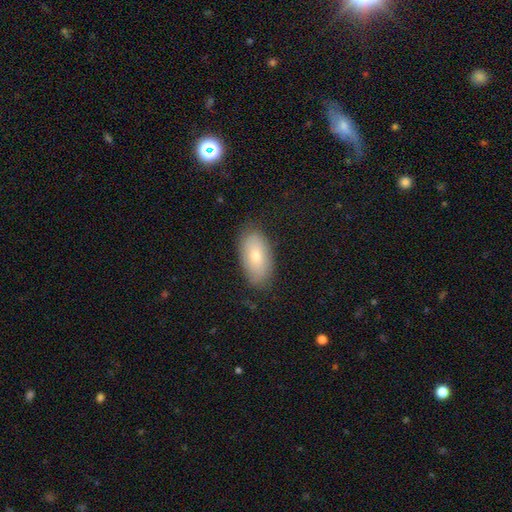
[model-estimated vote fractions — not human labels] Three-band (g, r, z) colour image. It shows a smooth galaxy with no disk features (72%) that is in between round and cigar-shaped (93%). Merging: none (81%).